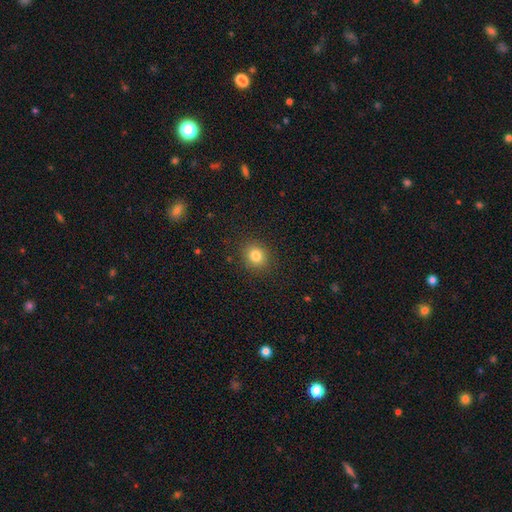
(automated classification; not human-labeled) smooth_or_featured: smooth (p=0.82) [alt: star or artifact p=0.12]
how_rounded: round (p=0.78) [alt: in between p=0.21]
merging: none (p=0.89) [alt: minor disturbance p=0.07]